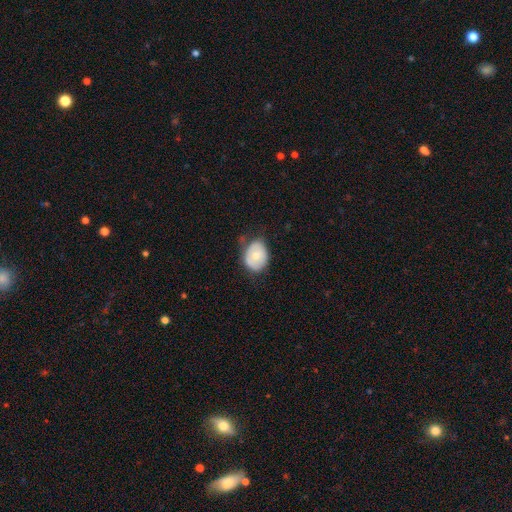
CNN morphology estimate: type=smooth (63%); roundness=in between (57%); merging=none (59%).